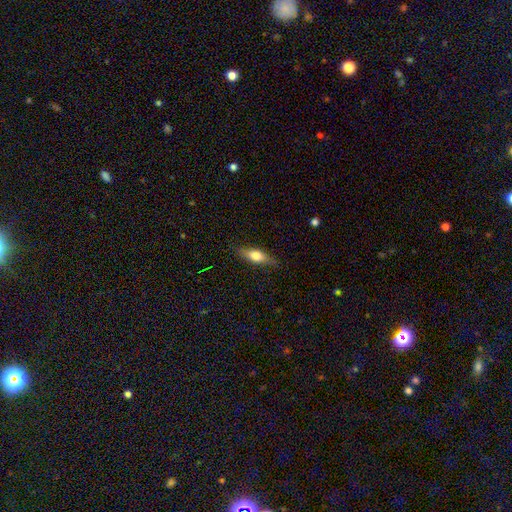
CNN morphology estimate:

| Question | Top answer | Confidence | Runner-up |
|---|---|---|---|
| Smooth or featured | smooth | 64% | featured or disk (30%) |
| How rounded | in between | 59% | cigar-shaped (38%) |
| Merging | none | 82% | minor disturbance (14%) |